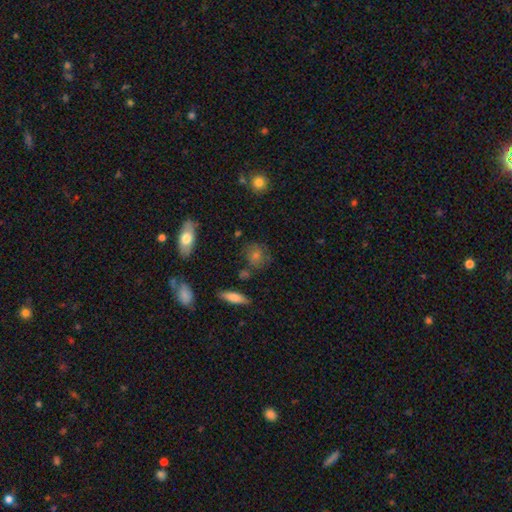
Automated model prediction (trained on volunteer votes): This is likely a smooth galaxy (62%). How rounded: likely round (71%). Merging: likely none (76%).